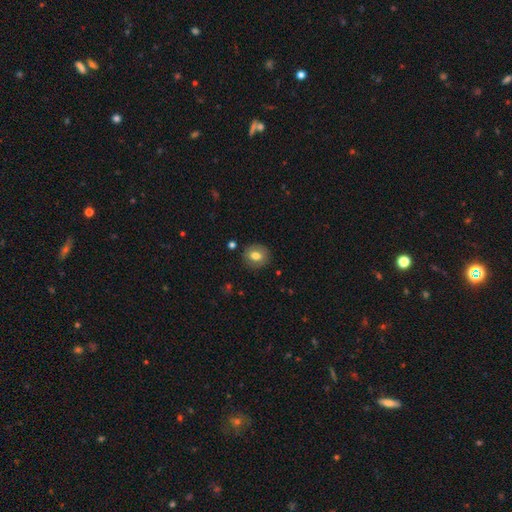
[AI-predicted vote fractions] Overall: smooth (74%). How rounded: round (75%). Merging: none (86%).